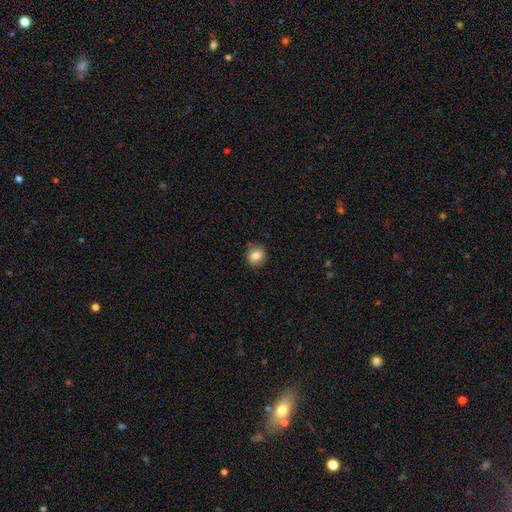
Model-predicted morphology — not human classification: Q: Smooth or featured?
A: smooth (82%); runner-up: star or artifact (10%)
Q: How rounded?
A: round (83%); runner-up: in between (16%)
Q: Merging?
A: none (84%); runner-up: minor disturbance (13%)